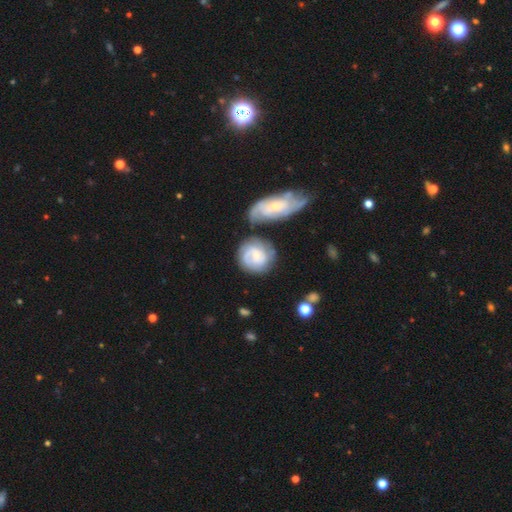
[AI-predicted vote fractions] Smooth or featured? Predicted: featured or disk (p=0.68). Edge-on disk? Predicted: no (p=0.97). Bar? Predicted: no (p=0.61). Spiral arms? Predicted: yes (p=0.90). Spiral winding? Predicted: tight (p=0.56). Spiral arm count? Predicted: 2 (p=0.44). Bulge size? Predicted: small (p=0.62). Merging? Predicted: none (p=0.51).